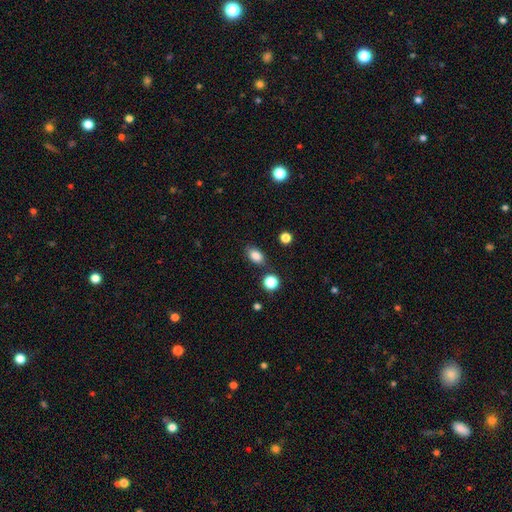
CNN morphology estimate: This appears to be a smooth galaxy with no disk features (85%) that is in between round and cigar-shaped (84%). Merging: none (80%).